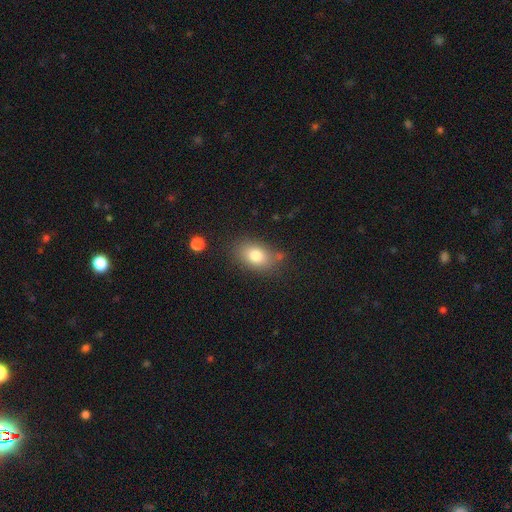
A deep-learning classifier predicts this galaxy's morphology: smooth_or_featured: smooth (p=0.80) [alt: featured or disk p=0.11]
how_rounded: in between (p=0.82) [alt: round p=0.17]
merging: none (p=0.73) [alt: minor disturbance p=0.17]